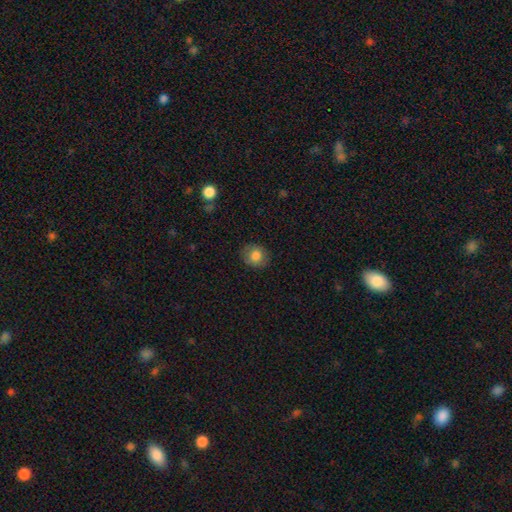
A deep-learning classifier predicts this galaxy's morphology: This is clearly a smooth galaxy (81%). How rounded: likely round (69%). Merging: clearly none (84%).